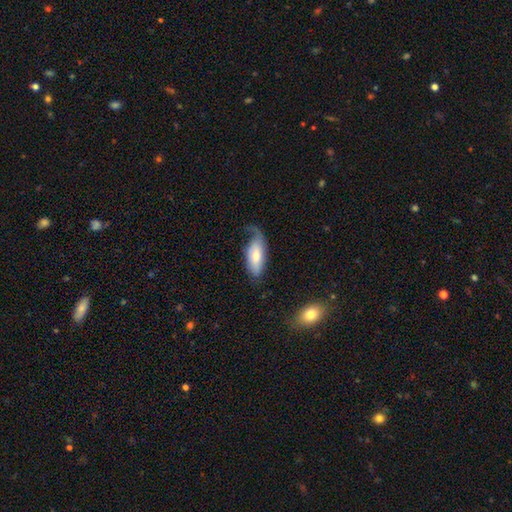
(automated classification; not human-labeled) Smooth or featured? smooth (62%)
How rounded? in between (86%)
Merging? none (35%)